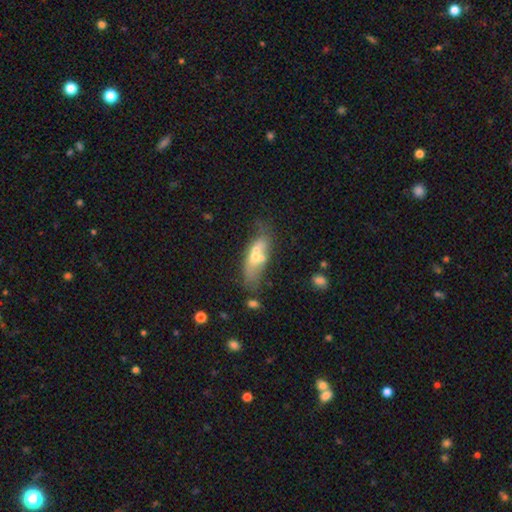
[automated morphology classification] This appears to be a smooth galaxy with no disk features (48%). Merging: none (38%).